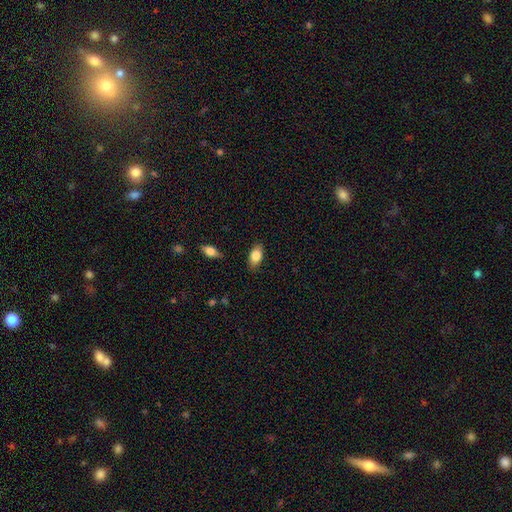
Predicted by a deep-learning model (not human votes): Smooth or featured: smooth — 81% (featured or disk — 11%)
How rounded: in between — 90% (round — 6%)
Merging: none — 85% (minor disturbance — 11%)